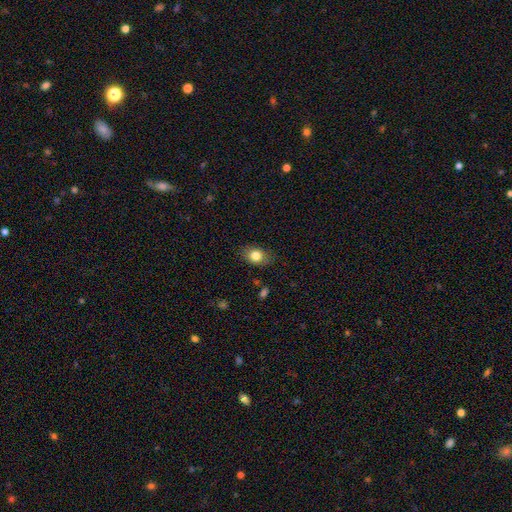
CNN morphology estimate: Smooth or featured: smooth — 81% (featured or disk — 10%)
How rounded: in between — 71% (round — 27%)
Merging: none — 81% (minor disturbance — 14%)